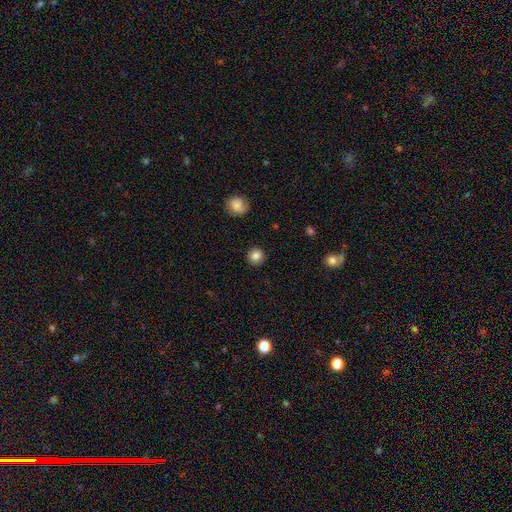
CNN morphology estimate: Q: Smooth or featured?
A: smooth (84%); runner-up: star or artifact (10%)
Q: How rounded?
A: round (94%); runner-up: in between (5%)
Q: Merging?
A: none (92%); runner-up: minor disturbance (5%)